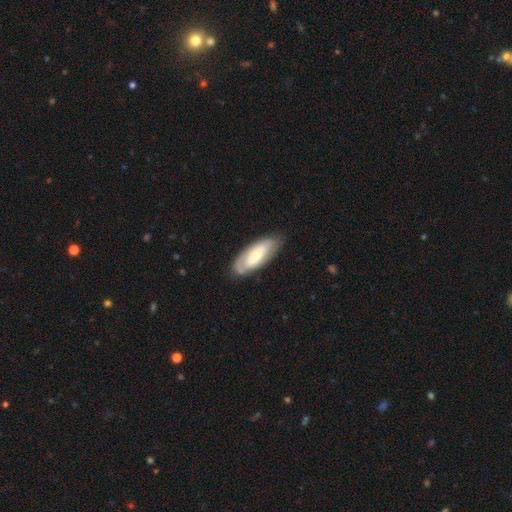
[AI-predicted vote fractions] smooth-or-featured: featured or disk: 49% | smooth: 46% | star or artifact: 5%
  merging: none: 76% | minor disturbance: 18% | major disturbance: 5% | merger: 1%